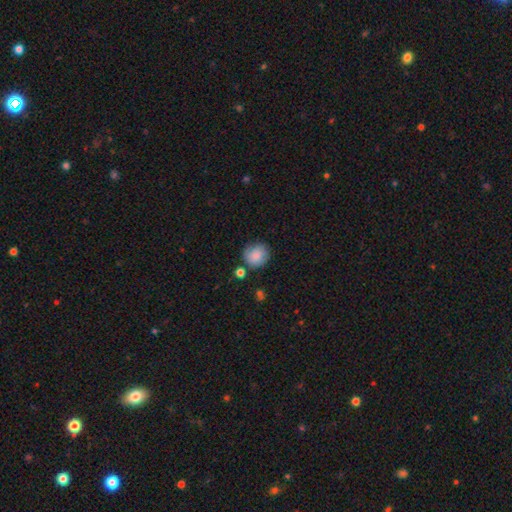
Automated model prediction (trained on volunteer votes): Q: Smooth or featured?
A: smooth (84%); runner-up: featured or disk (8%)
Q: How rounded?
A: round (84%); runner-up: in between (15%)
Q: Merging?
A: none (74%); runner-up: minor disturbance (16%)